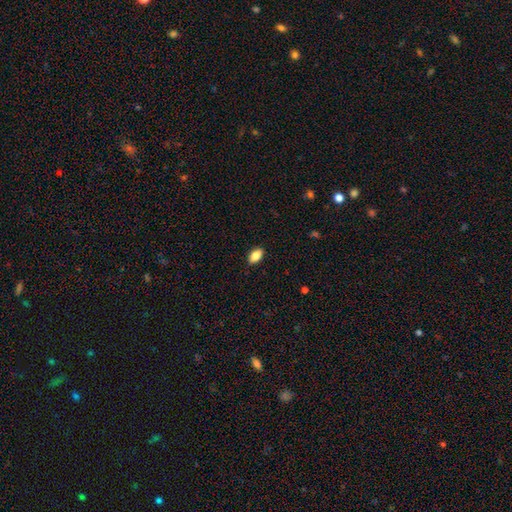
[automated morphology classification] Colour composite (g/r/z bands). It shows a smooth galaxy with no disk features (86%) that is in between round and cigar-shaped (91%). Merging: none (88%).